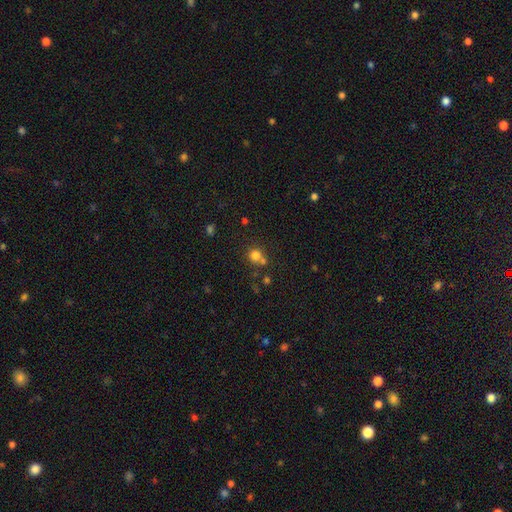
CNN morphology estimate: smooth 77%, star or artifact 15%, featured or disk 8%. Down the decision tree: how rounded — round (88%); merging — none (56%).